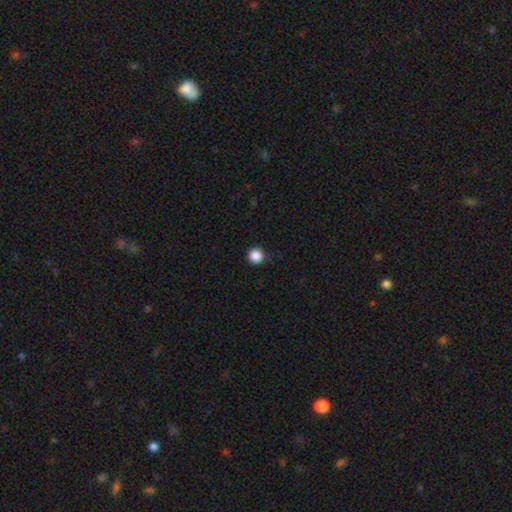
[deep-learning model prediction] smooth-or-featured: smooth: 88% | star or artifact: 10% | featured or disk: 2%
  how-rounded: round: 97% | in between: 2% | cigar-shaped: 1%
  merging: none: 92% | minor disturbance: 5% | major disturbance: 2% | merger: 1%